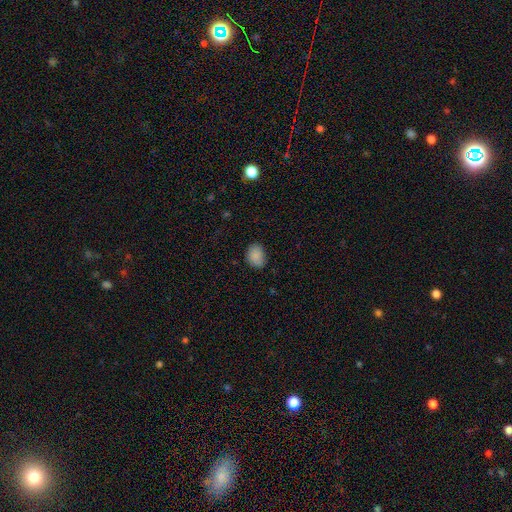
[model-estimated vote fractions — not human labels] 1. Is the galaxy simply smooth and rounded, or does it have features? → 87% smooth, 8% star or artifact, 5% featured or disk.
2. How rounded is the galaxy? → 62% in between, 37% round, 1% cigar-shaped.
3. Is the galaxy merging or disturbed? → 76% none, 19% minor disturbance, 3% major disturbance, 1% merger.